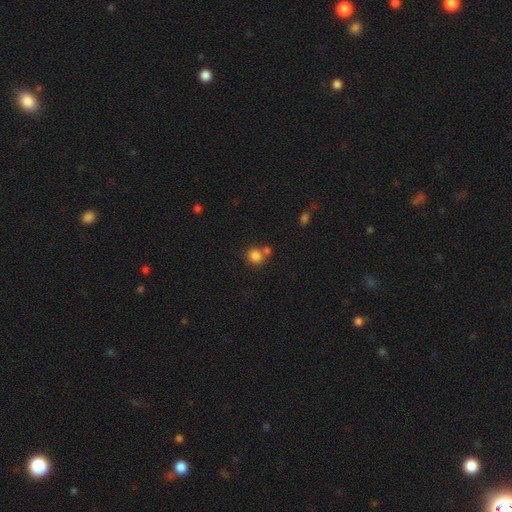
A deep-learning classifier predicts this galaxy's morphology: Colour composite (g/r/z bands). It shows a smooth galaxy with no disk features (83%) that is round (80%). Merging: none (57%).